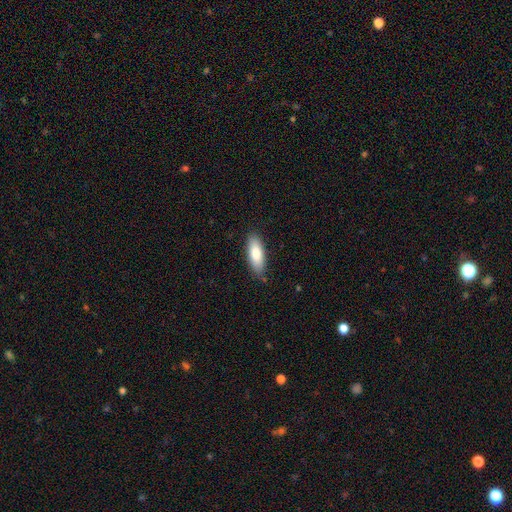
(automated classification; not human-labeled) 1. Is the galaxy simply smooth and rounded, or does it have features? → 83% smooth, 11% featured or disk, 6% star or artifact.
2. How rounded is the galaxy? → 69% in between, 29% cigar-shaped, 2% round.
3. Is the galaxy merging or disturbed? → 83% none, 14% minor disturbance, 2% major disturbance, 1% merger.